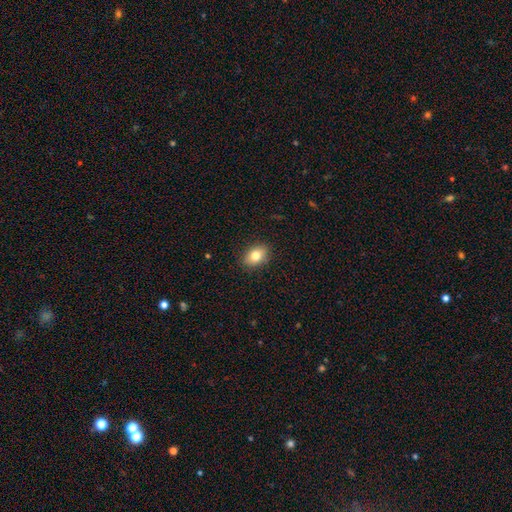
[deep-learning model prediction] smooth-or-featured: smooth: 79% | featured or disk: 12% | star or artifact: 9%
  how-rounded: in between: 78% | round: 20% | cigar-shaped: 2%
  merging: none: 87% | minor disturbance: 10% | major disturbance: 2% | merger: 1%